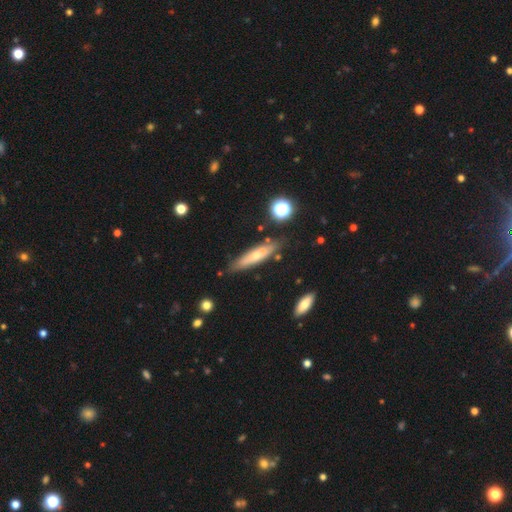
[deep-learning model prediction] smooth-or-featured: smooth: 47% | featured or disk: 45% | star or artifact: 9%
  merging: none: 76% | minor disturbance: 16% | merger: 5% | major disturbance: 3%